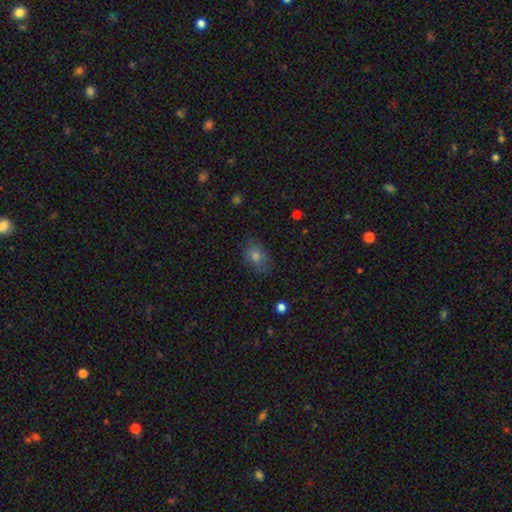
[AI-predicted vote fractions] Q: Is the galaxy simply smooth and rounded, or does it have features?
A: smooth — 70%.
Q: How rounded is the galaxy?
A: in between — 78%.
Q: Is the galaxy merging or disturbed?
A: none — 76%.